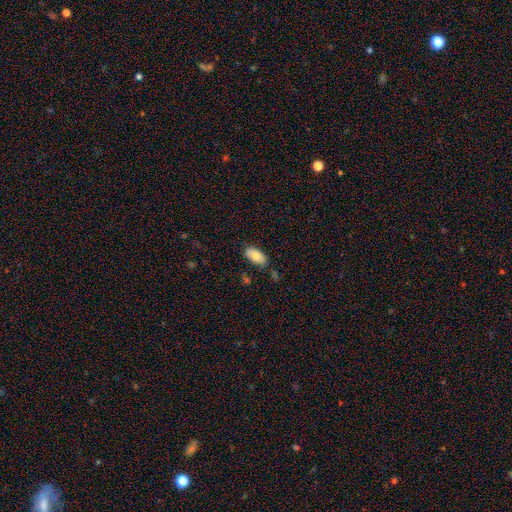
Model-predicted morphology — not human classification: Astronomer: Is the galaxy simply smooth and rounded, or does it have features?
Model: smooth — 81%.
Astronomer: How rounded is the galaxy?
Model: in between — 92%.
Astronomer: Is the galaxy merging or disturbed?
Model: none — 75%.